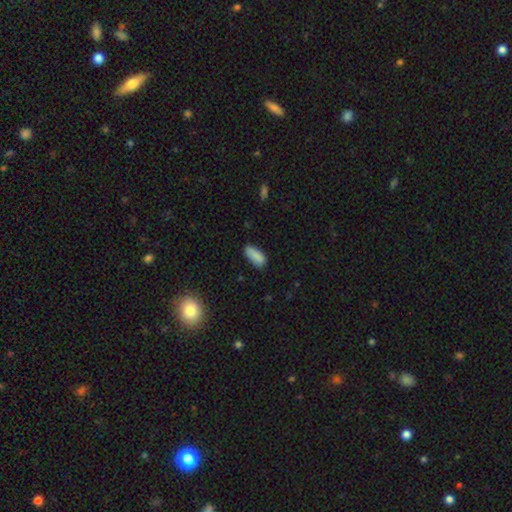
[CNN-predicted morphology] Overall: smooth (88%). How rounded: in between (81%). Merging: none (76%).